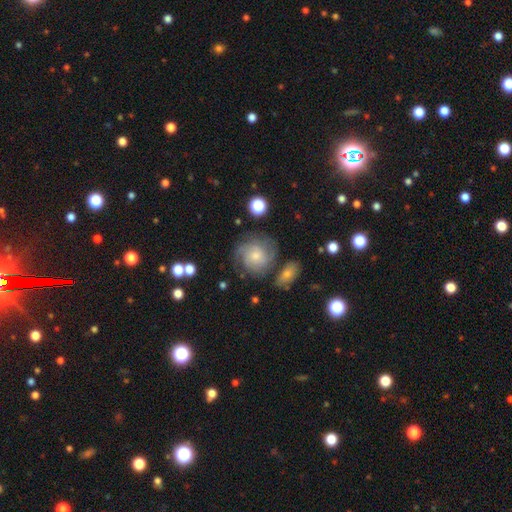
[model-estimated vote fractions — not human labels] Smooth or featured? Predicted: featured or disk (p=0.64). Edge-on disk? Predicted: no (p=0.97). Bar? Predicted: no (p=0.75). Spiral arms? Predicted: yes (p=0.91). Spiral winding? Predicted: tight (p=0.54). Spiral arm count? Predicted: can't tell (p=0.36). Bulge size? Predicted: small (p=0.54). Merging? Predicted: none (p=0.66).